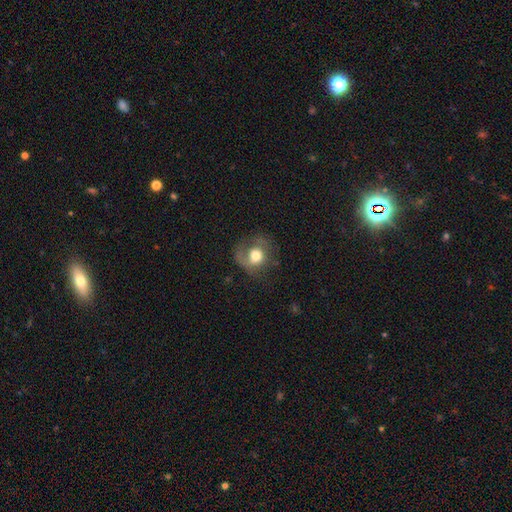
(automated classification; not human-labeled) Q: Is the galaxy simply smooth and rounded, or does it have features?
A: smooth — 57%.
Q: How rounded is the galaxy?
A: round — 76%.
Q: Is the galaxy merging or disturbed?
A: none — 49%.